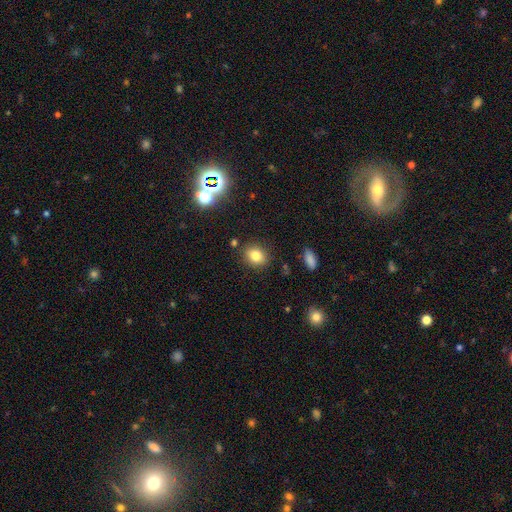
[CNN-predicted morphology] This is likely a smooth galaxy (79%). How rounded: possibly round (56%). Merging: clearly none (85%).